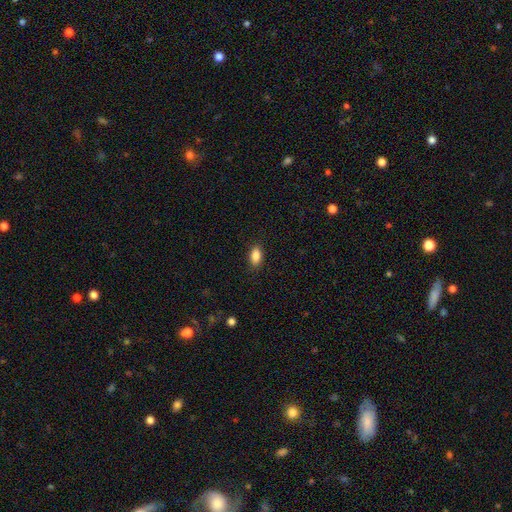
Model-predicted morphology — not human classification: smooth-or-featured: smooth: 86% | star or artifact: 8% | featured or disk: 6%
  how-rounded: in between: 88% | cigar-shaped: 7% | round: 5%
  merging: none: 88% | minor disturbance: 9% | major disturbance: 2% | merger: 1%